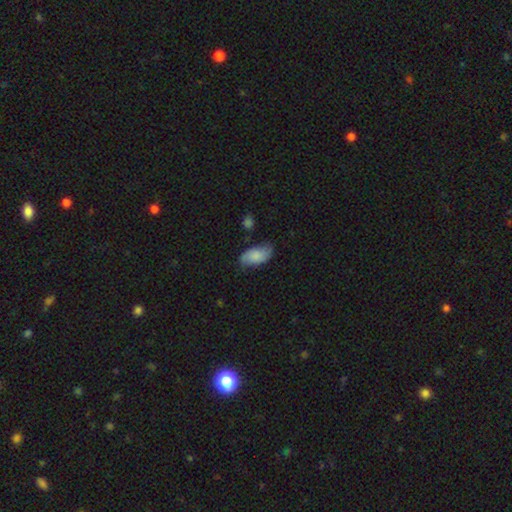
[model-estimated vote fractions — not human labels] Morphology: type=smooth (65%); roundness=in between (94%); merging=none (68%).